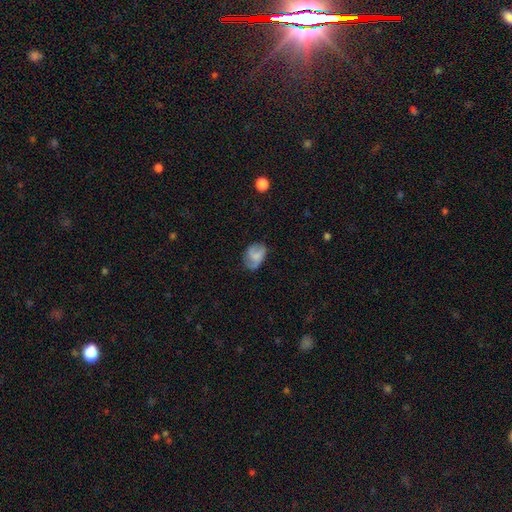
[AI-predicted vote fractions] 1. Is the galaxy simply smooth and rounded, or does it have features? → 58% smooth, 32% featured or disk, 9% star or artifact.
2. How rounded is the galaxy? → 73% in between, 26% round, 1% cigar-shaped.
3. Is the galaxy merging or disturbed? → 52% none, 30% minor disturbance, 16% major disturbance, 2% merger.